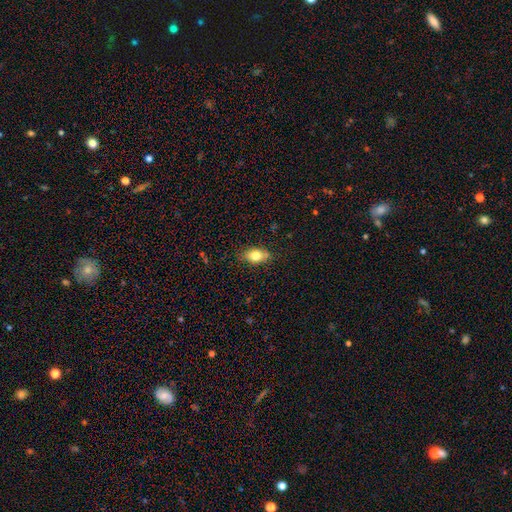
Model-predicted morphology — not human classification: This appears to be a smooth galaxy with no disk features (77%) that is in between round and cigar-shaped (80%). Merging: none (79%).